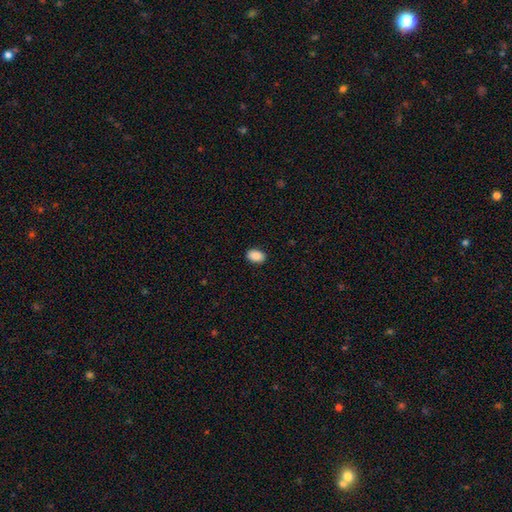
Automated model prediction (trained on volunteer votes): Smooth or featured?
  - smooth: 90% *
  - star or artifact: 7%
  - featured or disk: 3%
How rounded?
  - in between: 87% *
  - round: 11%
  - cigar-shaped: 1%
Merging?
  - none: 90% *
  - minor disturbance: 8%
  - major disturbance: 2%
  - merger: 1%